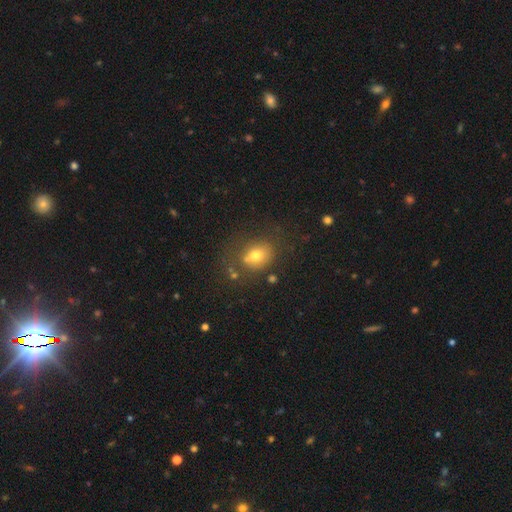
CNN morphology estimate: Q: Smooth or featured?
A: smooth (72%); runner-up: featured or disk (14%)
Q: How rounded?
A: round (55%); runner-up: in between (44%)
Q: Merging?
A: none (62%); runner-up: minor disturbance (18%)